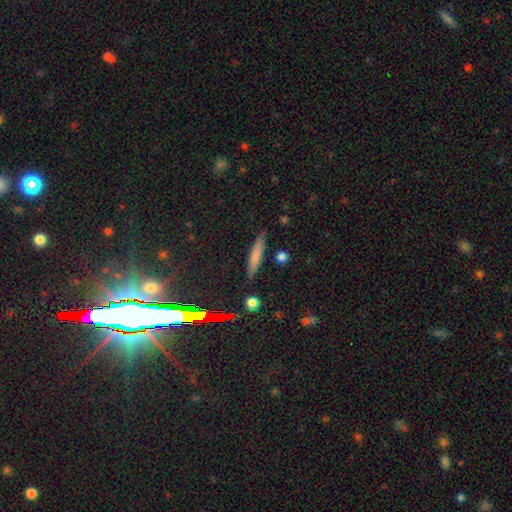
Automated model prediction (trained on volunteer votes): Q: Smooth or featured?
A: smooth (70%); runner-up: featured or disk (20%)
Q: How rounded?
A: cigar-shaped (89%); runner-up: in between (9%)
Q: Merging?
A: none (84%); runner-up: minor disturbance (11%)